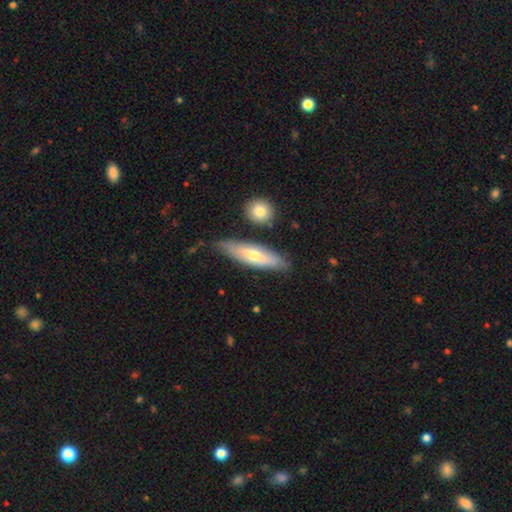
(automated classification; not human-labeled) A smooth galaxy with no disk features (52%) that is cigar-shaped (57%). Merging: none (74%).